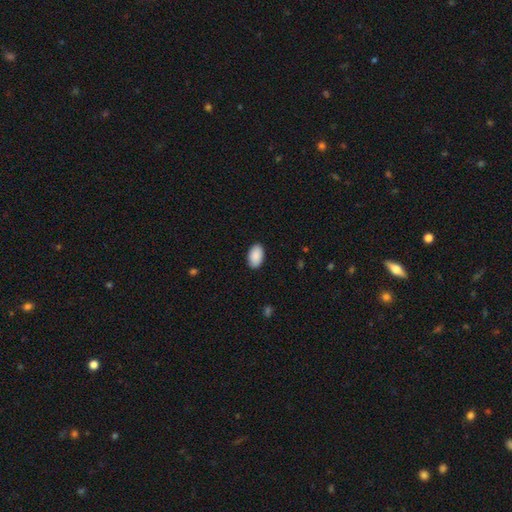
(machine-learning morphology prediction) smooth 91%, star or artifact 6%, featured or disk 3%. Down the decision tree: how rounded — in between (94%); merging — none (90%).